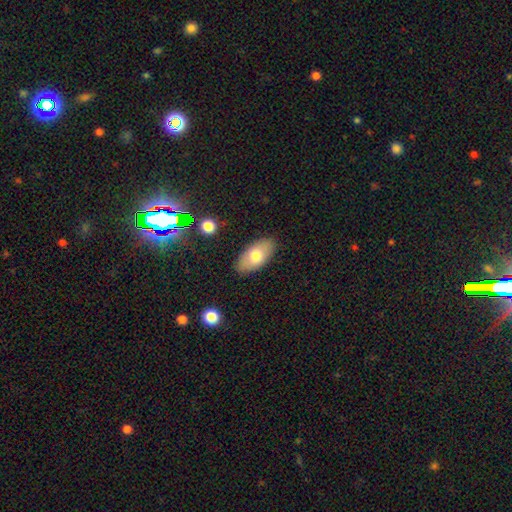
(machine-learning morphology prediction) Smooth or featured?
  - smooth: 72% *
  - featured or disk: 21%
  - star or artifact: 7%
How rounded?
  - in between: 92% *
  - cigar-shaped: 5%
  - round: 3%
Merging?
  - none: 86% *
  - minor disturbance: 10%
  - major disturbance: 2%
  - merger: 1%